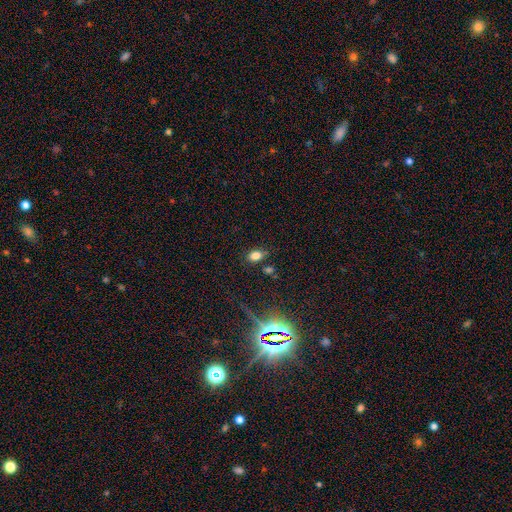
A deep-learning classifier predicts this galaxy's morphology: This is likely a smooth galaxy (76%). How rounded: likely in between (79%). Merging: likely none (74%).